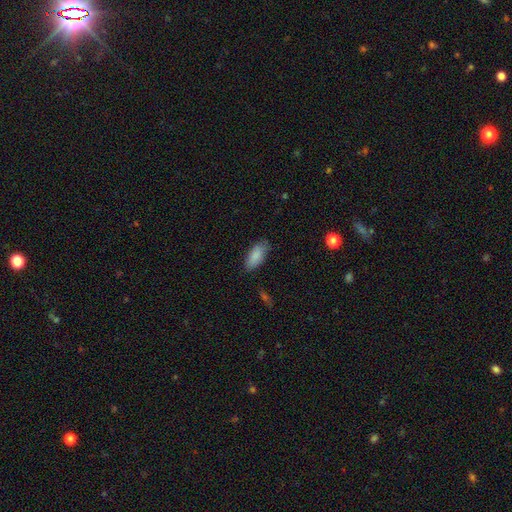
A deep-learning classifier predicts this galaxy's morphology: A smooth galaxy with no disk features (88%) that is in between round and cigar-shaped (85%). Merging: none (78%).